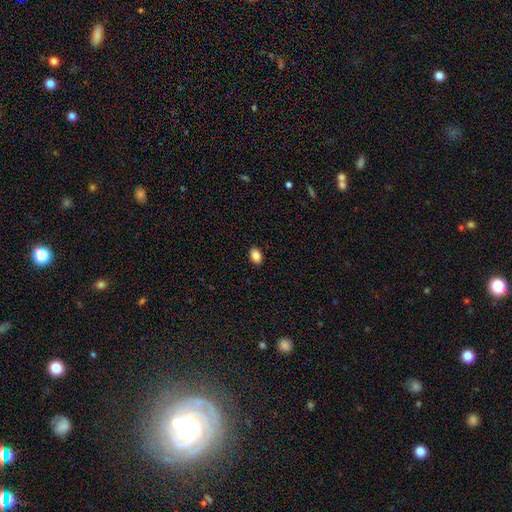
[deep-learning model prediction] smooth_or_featured: smooth (p=0.85) [alt: star or artifact p=0.09]
how_rounded: in between (p=0.82) [alt: round p=0.17]
merging: none (p=0.90) [alt: minor disturbance p=0.07]